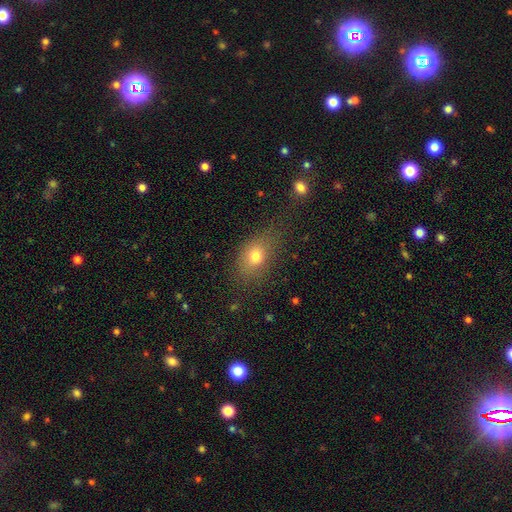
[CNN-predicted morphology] Q: Smooth or featured?
A: smooth (75%); runner-up: star or artifact (13%)
Q: How rounded?
A: in between (70%); runner-up: round (28%)
Q: Merging?
A: none (66%); runner-up: minor disturbance (21%)